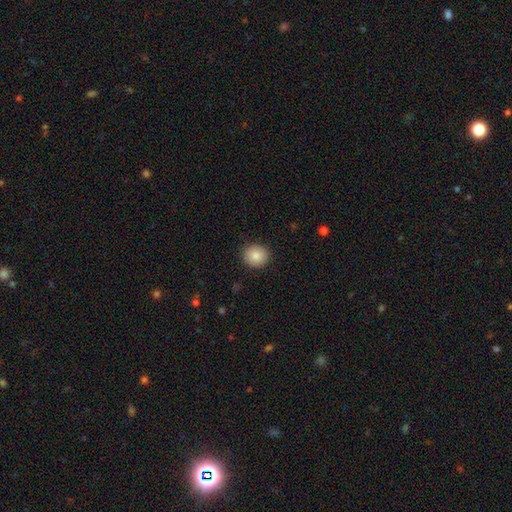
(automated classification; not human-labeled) smooth-or-featured: smooth: 86% | star or artifact: 8% | featured or disk: 6%
  how-rounded: round: 85% | in between: 14% | cigar-shaped: 1%
  merging: none: 90% | minor disturbance: 7% | major disturbance: 2% | merger: 1%